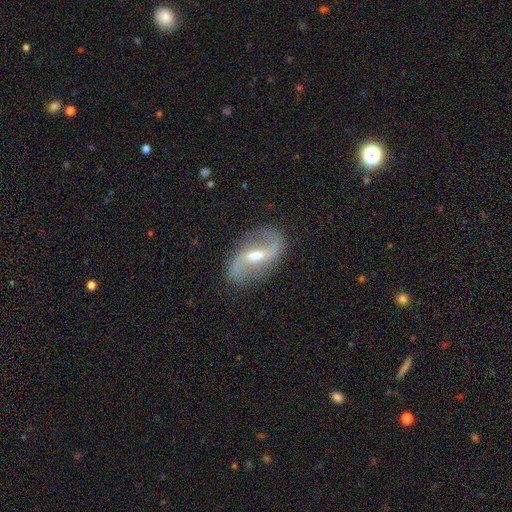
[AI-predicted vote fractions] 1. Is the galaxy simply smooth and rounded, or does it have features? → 85% featured or disk, 9% smooth, 6% star or artifact.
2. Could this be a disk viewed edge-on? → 96% no, 4% yes.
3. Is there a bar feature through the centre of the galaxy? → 48% weak, 34% strong, 18% no.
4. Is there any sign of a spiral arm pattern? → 93% yes, 7% no.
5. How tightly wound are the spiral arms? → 75% loose, 20% medium, 5% tight.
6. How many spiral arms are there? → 93% 2, 2% can't tell, 2% 1, 1% 3, 1% 4, 1% more than 4.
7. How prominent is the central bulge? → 64% moderate, 27% small, 6% large, 2% none, 1% dominant.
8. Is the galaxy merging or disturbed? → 84% none, 11% minor disturbance, 4% major disturbance, 2% merger.